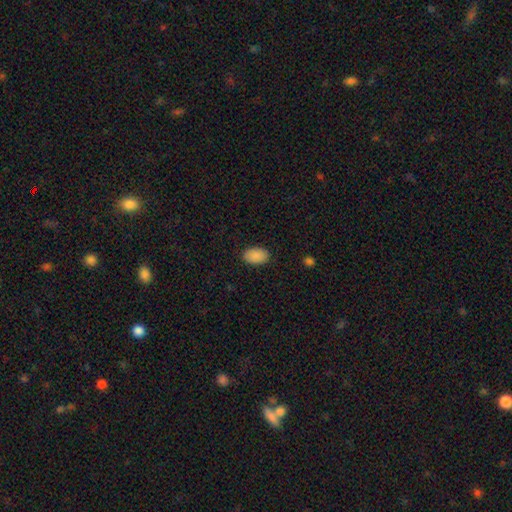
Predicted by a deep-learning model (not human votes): This appears to be a smooth galaxy with no disk features (90%) that is in between round and cigar-shaped (92%). Merging: none (88%).